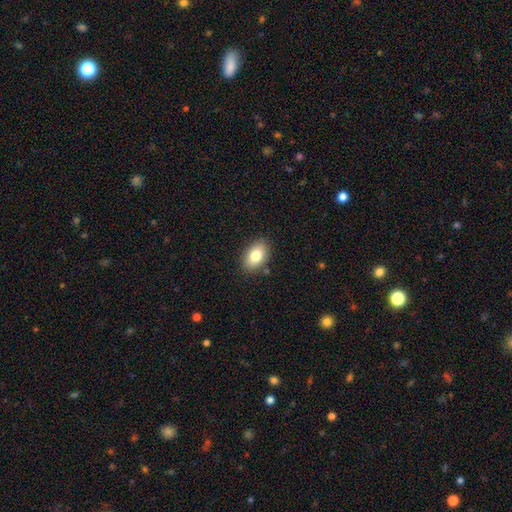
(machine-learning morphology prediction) This appears to be a smooth galaxy with no disk features (80%) that is in between round and cigar-shaped (89%). Merging: none (85%).